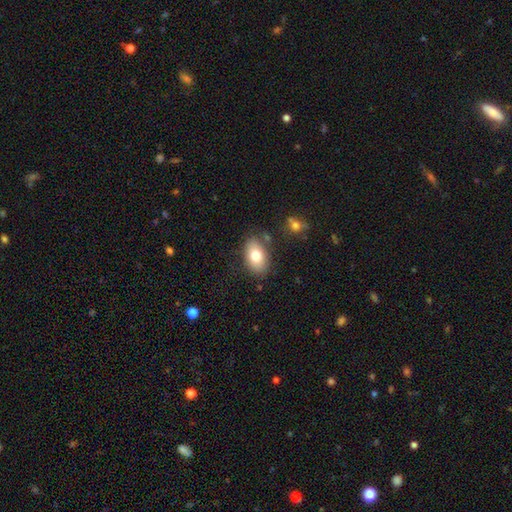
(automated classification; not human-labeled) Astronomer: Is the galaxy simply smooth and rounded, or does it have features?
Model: smooth — 76%.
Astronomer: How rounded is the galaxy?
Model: in between — 90%.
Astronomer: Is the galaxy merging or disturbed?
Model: none — 80%.